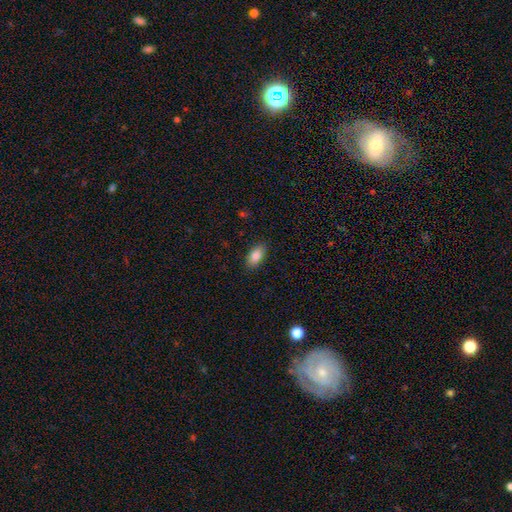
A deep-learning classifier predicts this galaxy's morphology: Smooth or featured: smooth — 86% (star or artifact — 8%)
How rounded: in between — 92% (round — 5%)
Merging: none — 87% (minor disturbance — 10%)